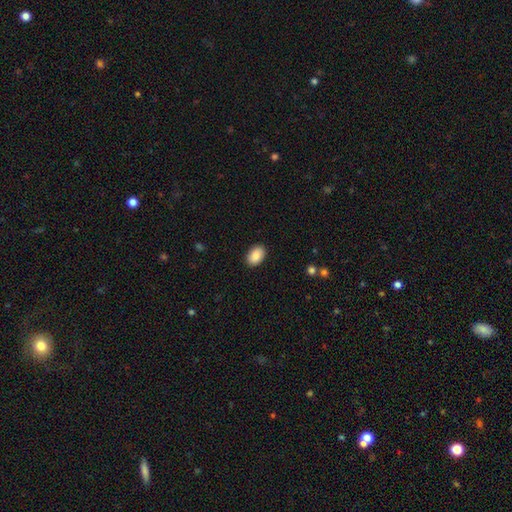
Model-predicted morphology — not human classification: Smooth or featured? Predicted: smooth (p=0.89). How rounded? Predicted: in between (p=0.90). Merging? Predicted: none (p=0.90).